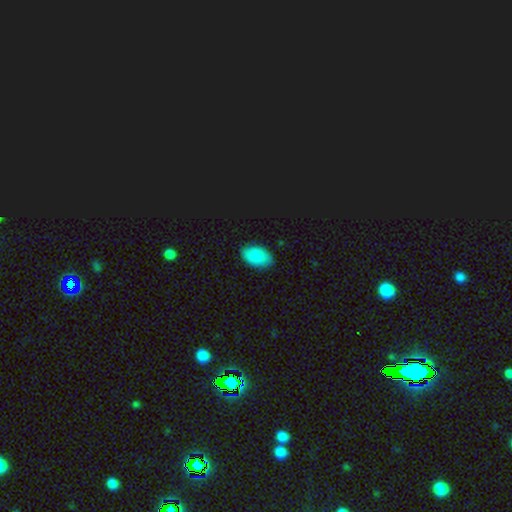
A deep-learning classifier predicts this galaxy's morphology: This appears to be a smooth galaxy with no disk features (86%) that is in between round and cigar-shaped (93%). Merging: none (82%).